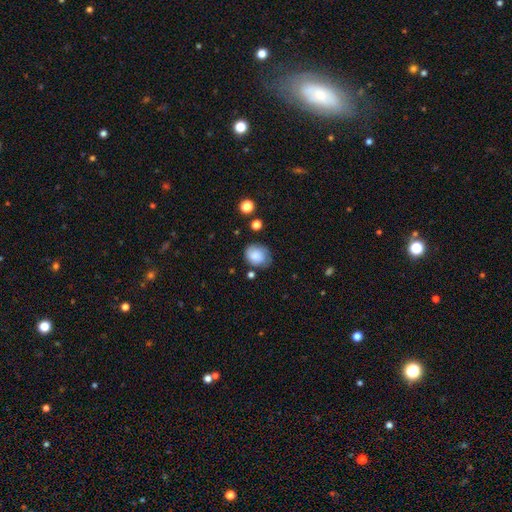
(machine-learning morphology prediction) This appears to be a smooth galaxy with no disk features (76%) that is round (62%). Merging: none (60%).